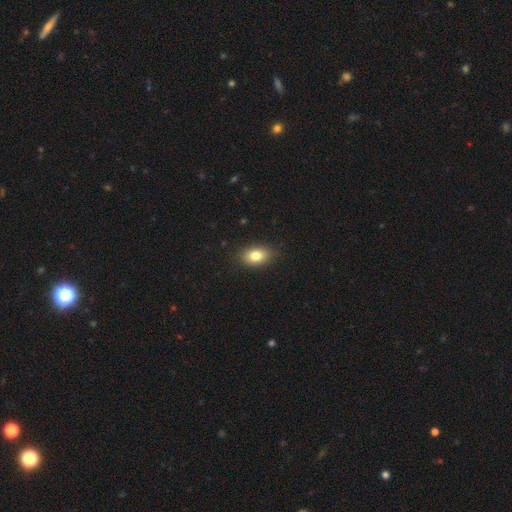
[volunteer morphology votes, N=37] smooth 92%, star or artifact 5%, featured or disk 3%. Down the decision tree: how rounded — in between (79%); merging — none (91%).